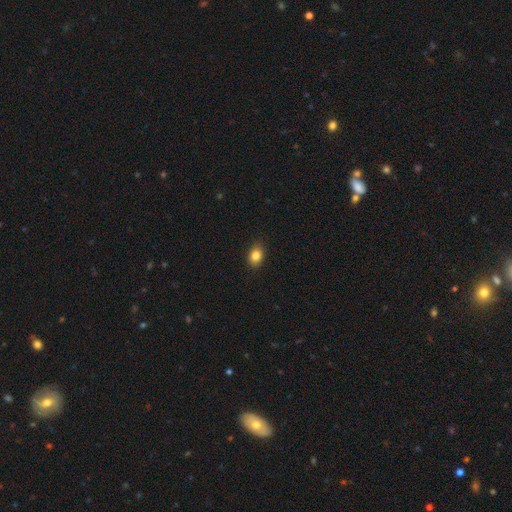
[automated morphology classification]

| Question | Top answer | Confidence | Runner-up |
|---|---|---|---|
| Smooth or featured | smooth | 84% | star or artifact (10%) |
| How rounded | in between | 75% | round (24%) |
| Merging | none | 86% | minor disturbance (11%) |